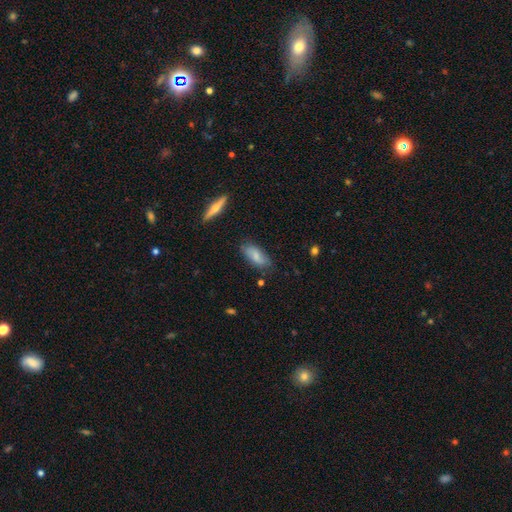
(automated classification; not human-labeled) smooth-or-featured: smooth: 72% | featured or disk: 21% | star or artifact: 7%
  how-rounded: in between: 86% | cigar-shaped: 12% | round: 3%
  merging: none: 74% | minor disturbance: 20% | major disturbance: 4% | merger: 2%